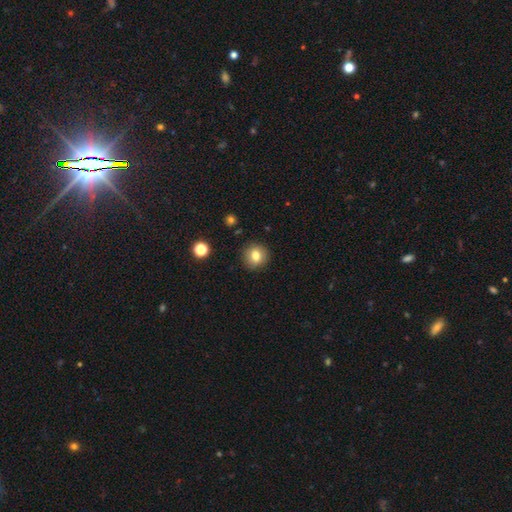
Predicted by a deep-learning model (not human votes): smooth_or_featured: smooth (p=0.80) [alt: star or artifact p=0.11]
how_rounded: round (p=0.89) [alt: in between p=0.10]
merging: none (p=0.88) [alt: minor disturbance p=0.08]